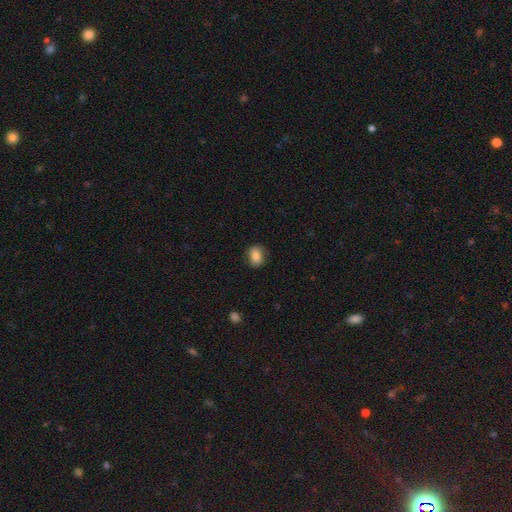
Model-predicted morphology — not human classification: Smooth or featured? smooth (81%)
How rounded? in between (57%)
Merging? none (82%)